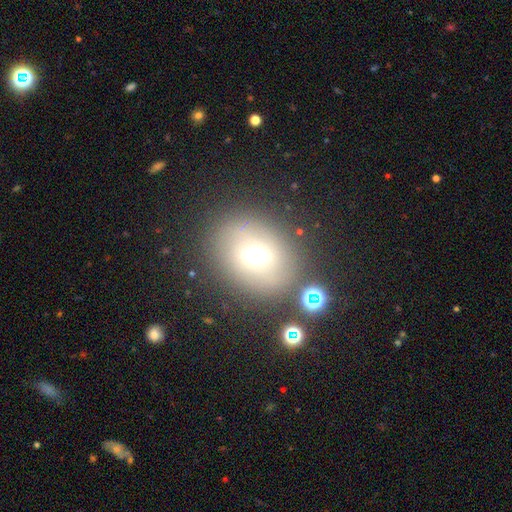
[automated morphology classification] smooth_or_featured: smooth (p=0.51) [alt: featured or disk p=0.32]
how_rounded: in between (p=0.54) [alt: round p=0.43]
merging: none (p=0.74) [alt: minor disturbance p=0.13]